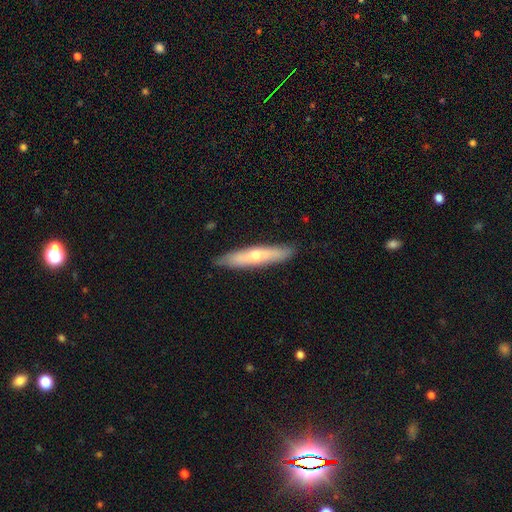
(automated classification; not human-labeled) A smooth galaxy with no disk features (50%).

Vote fractions:
- Smooth or featured? smooth: 50% / featured or disk: 44% / star or artifact: 6%
- Merging? none: 87% / minor disturbance: 10% / major disturbance: 2% / merger: 1%